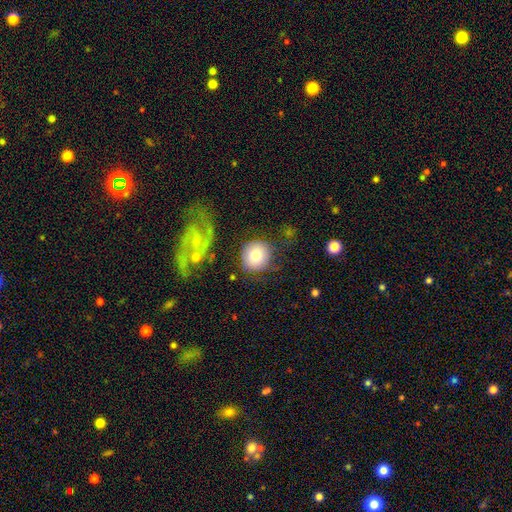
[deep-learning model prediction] A smooth galaxy with no disk features (76%) that is round (89%). Merging: none (69%).